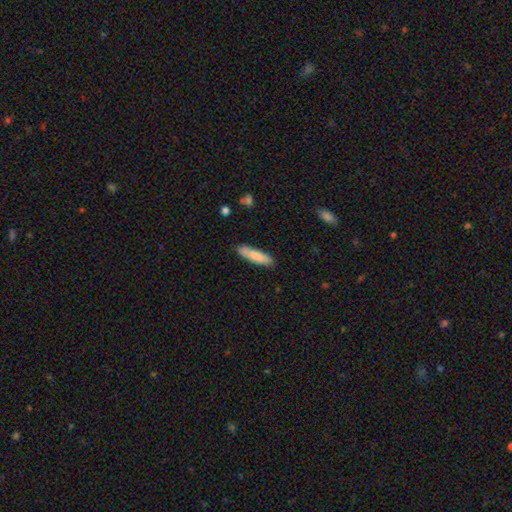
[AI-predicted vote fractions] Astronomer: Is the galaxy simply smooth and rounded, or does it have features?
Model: smooth — 84%.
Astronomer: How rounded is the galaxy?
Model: cigar-shaped — 71%.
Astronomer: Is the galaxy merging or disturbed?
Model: none — 86%.